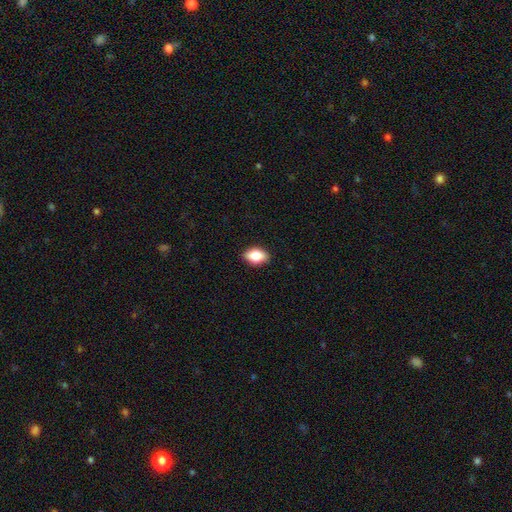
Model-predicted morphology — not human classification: This appears to be a smooth galaxy with no disk features (80%) that is in between round and cigar-shaped (84%). Merging: none (87%).